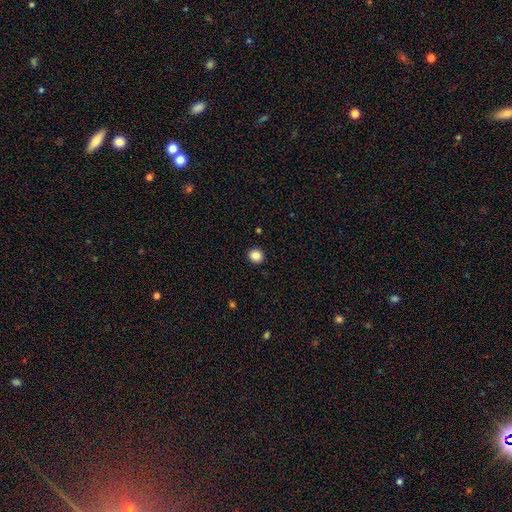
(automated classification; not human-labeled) smooth-or-featured: smooth: 85% | star or artifact: 10% | featured or disk: 5%
  how-rounded: round: 91% | in between: 8% | cigar-shaped: 1%
  merging: none: 93% | minor disturbance: 5% | major disturbance: 2% | merger: 1%